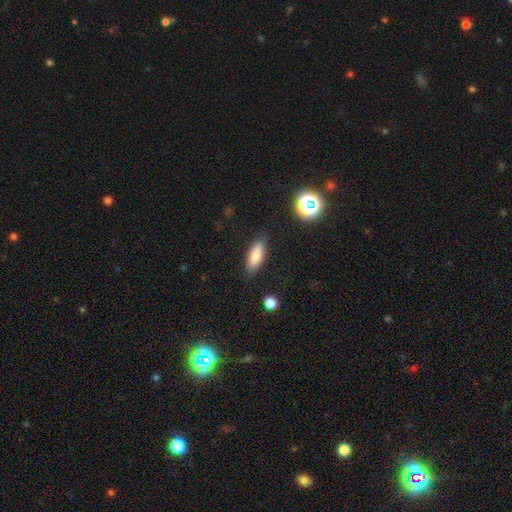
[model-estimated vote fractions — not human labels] This is clearly a smooth galaxy (82%). How rounded: likely in between (65%). Merging: clearly none (84%).